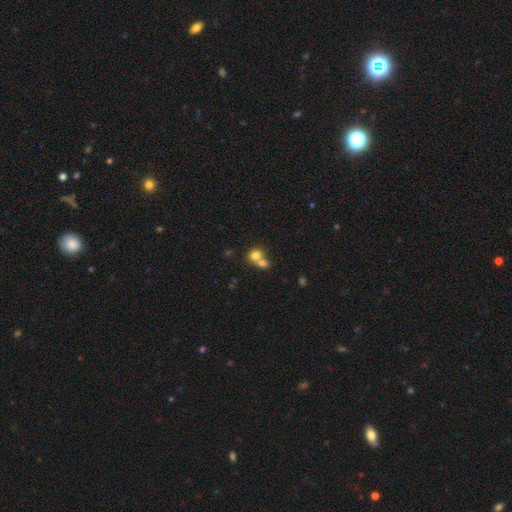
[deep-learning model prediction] A smooth galaxy with no disk features (76%) that is round (68%).

Vote fractions:
- Smooth or featured? smooth: 76% / featured or disk: 13% / star or artifact: 11%
- How rounded? round: 68% / in between: 31% / cigar-shaped: 1%
- Merging? merger: 64% / none: 28% / minor disturbance: 5% / major disturbance: 3%